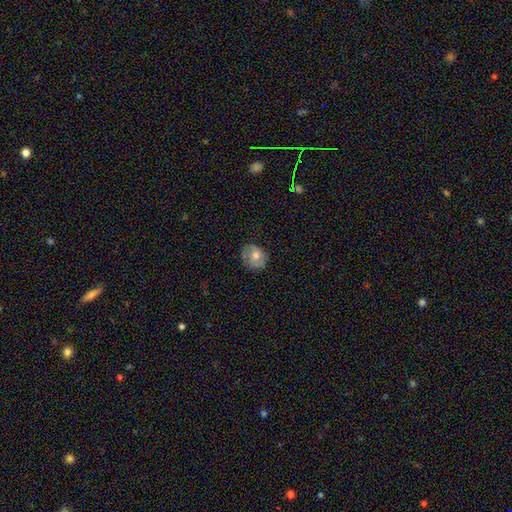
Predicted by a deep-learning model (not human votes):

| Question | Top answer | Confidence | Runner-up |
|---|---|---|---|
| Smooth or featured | smooth | 61% | featured or disk (30%) |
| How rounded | round | 69% | in between (30%) |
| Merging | none | 75% | minor disturbance (19%) |